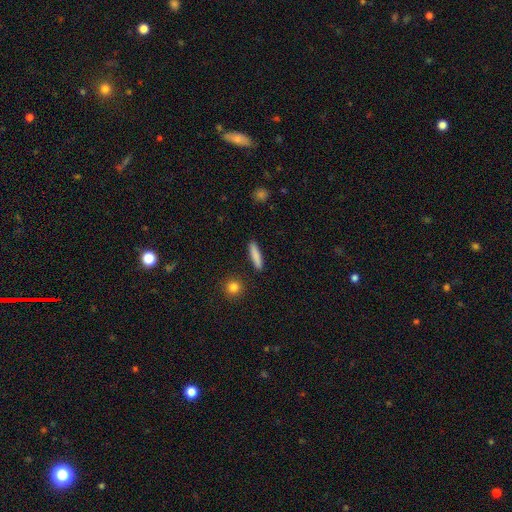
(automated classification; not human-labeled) A smooth galaxy with no disk features (83%) that is cigar-shaped (85%). Merging: none (90%).